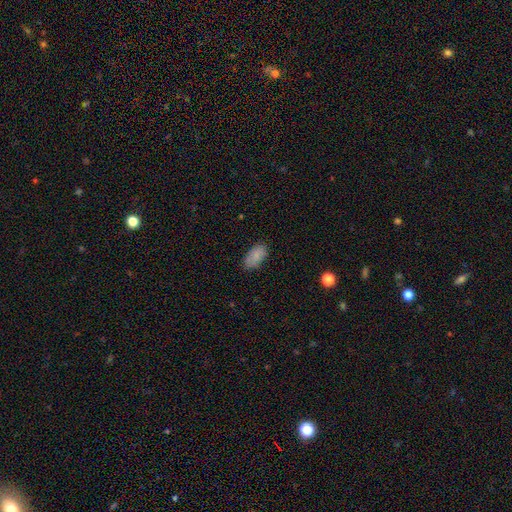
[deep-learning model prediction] smooth 84%, featured or disk 9%, star or artifact 8%. Down the decision tree: how rounded — in between (94%); merging — none (79%).